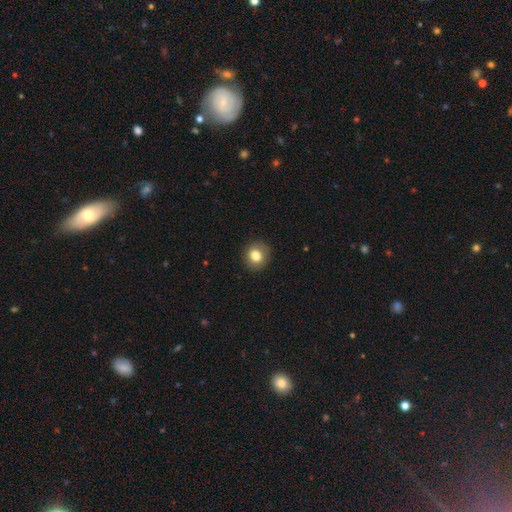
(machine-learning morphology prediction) smooth_or_featured: smooth (p=0.80) [alt: featured or disk p=0.11]
how_rounded: round (p=0.83) [alt: in between p=0.16]
merging: none (p=0.89) [alt: minor disturbance p=0.08]